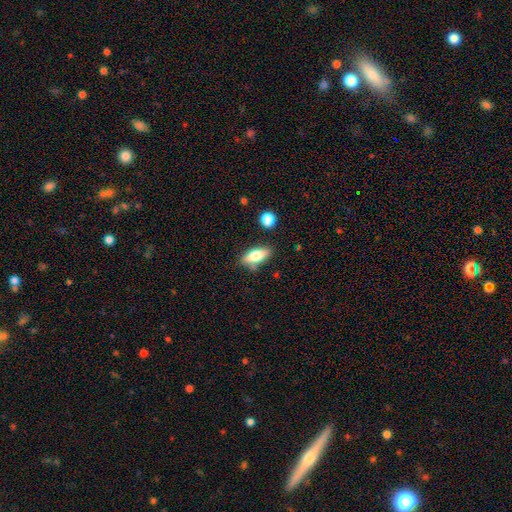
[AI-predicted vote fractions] Smooth or featured?
  - smooth: 67% *
  - featured or disk: 26%
  - star or artifact: 7%
How rounded?
  - in between: 71% *
  - cigar-shaped: 25%
  - round: 4%
Merging?
  - none: 74% *
  - minor disturbance: 17%
  - merger: 6%
  - major disturbance: 4%